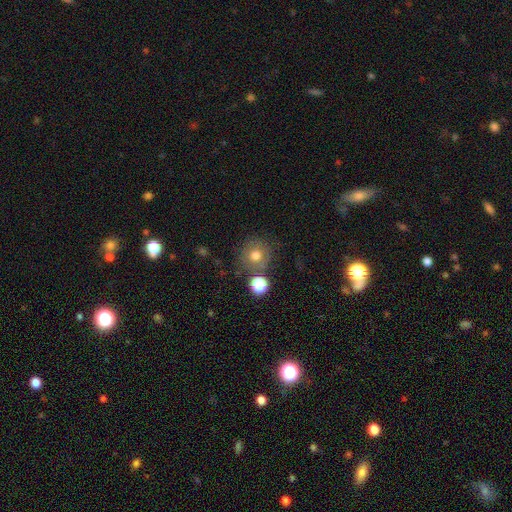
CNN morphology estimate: Smooth or featured: smooth — 72% (star or artifact — 14%)
How rounded: round — 91% (in between — 9%)
Merging: none — 73% (minor disturbance — 12%)